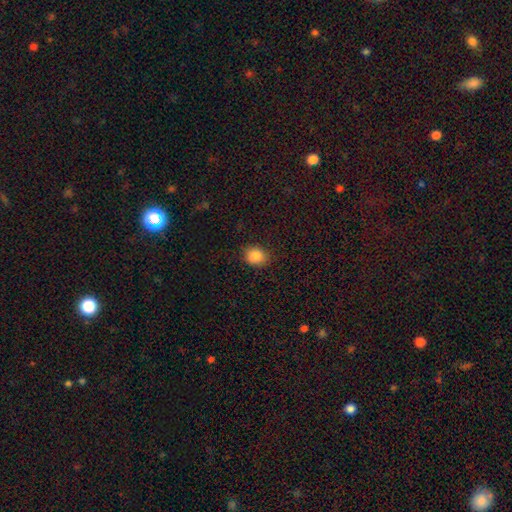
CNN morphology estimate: Overall: smooth (85%). How rounded: round (60%; in between 39%). Merging: none (83%).